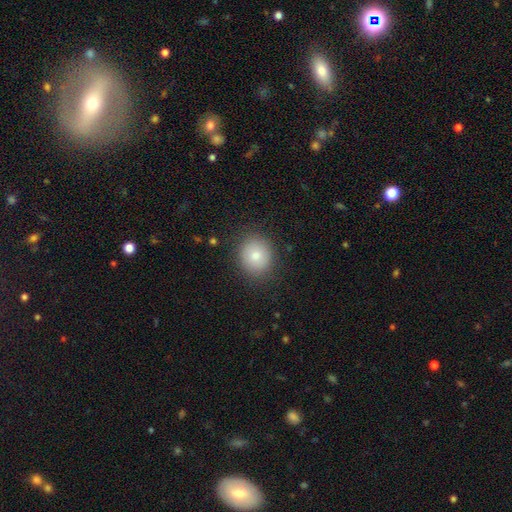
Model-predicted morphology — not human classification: A smooth galaxy with no disk features (80%) that is round (76%).

Vote fractions:
- Smooth or featured? smooth: 80% / featured or disk: 12% / star or artifact: 9%
- How rounded? round: 76% / in between: 24% / cigar-shaped: 1%
- Merging? none: 85% / minor disturbance: 11% / major disturbance: 3% / merger: 1%